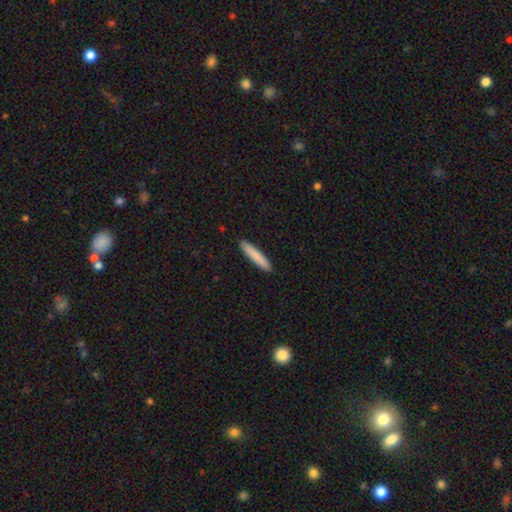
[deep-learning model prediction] A smooth galaxy with no disk features (85%) that is cigar-shaped (93%). Merging: none (92%).